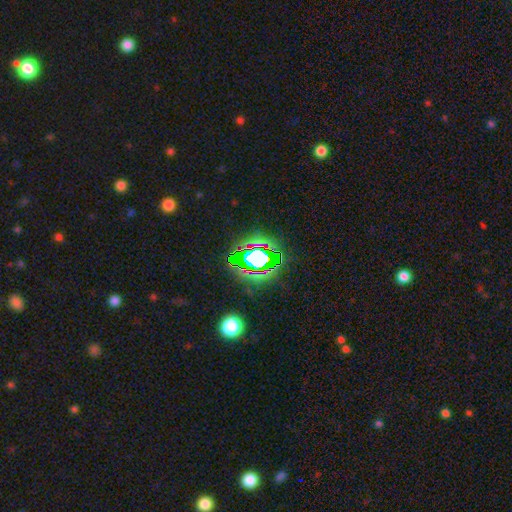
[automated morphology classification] Smooth or featured?
  - star or artifact: 70% *
  - smooth: 15%
  - featured or disk: 15%